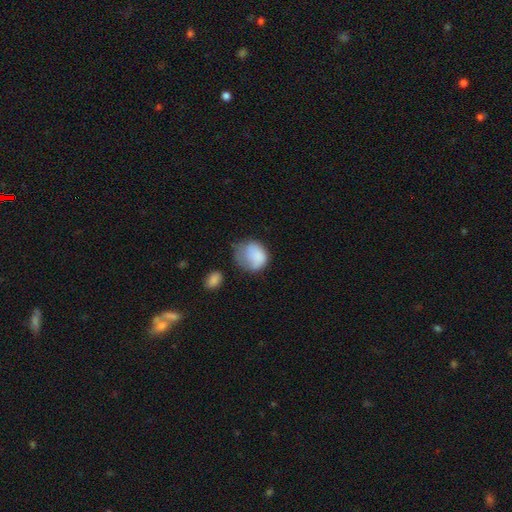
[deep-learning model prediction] Smooth or featured: smooth — 79% (featured or disk — 13%)
How rounded: round — 60% (in between — 39%)
Merging: minor disturbance — 36% (none — 31%)